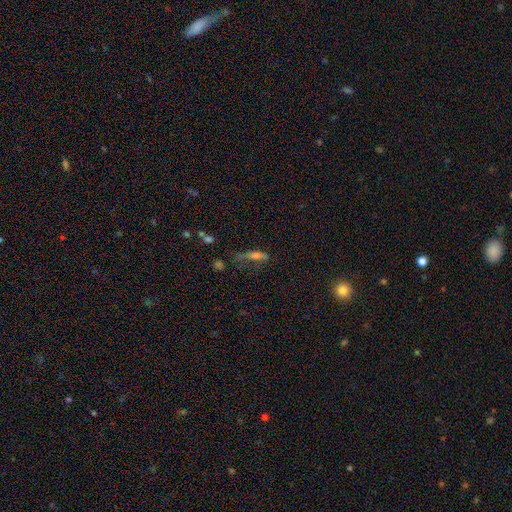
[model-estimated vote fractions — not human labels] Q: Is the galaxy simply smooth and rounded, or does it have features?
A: smooth — 47%.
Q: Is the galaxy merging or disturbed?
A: none — 44%.